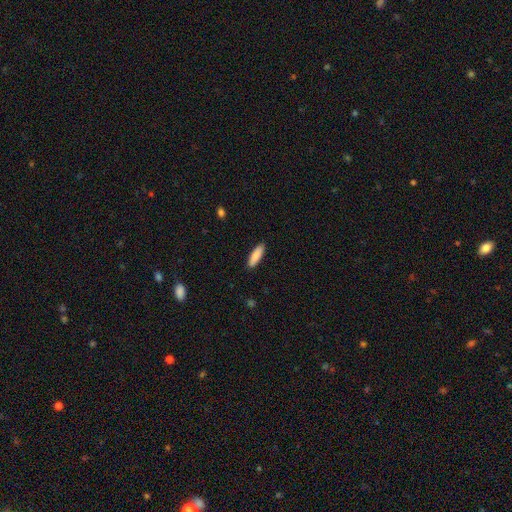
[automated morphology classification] Smooth or featured? Predicted: smooth (p=0.87). How rounded? Predicted: cigar-shaped (p=0.52). Merging? Predicted: none (p=0.89).